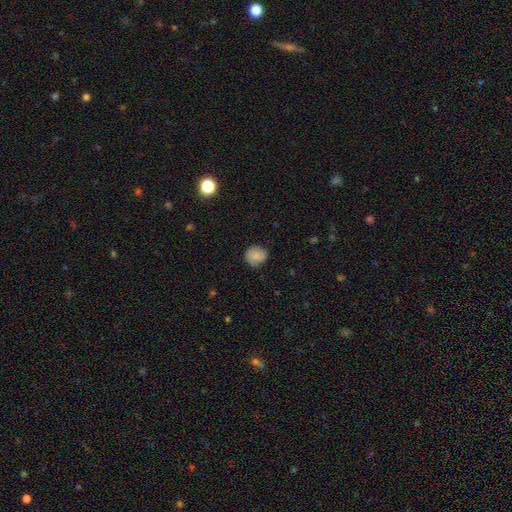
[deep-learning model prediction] smooth_or_featured: smooth (p=0.73) [alt: featured or disk p=0.18]
how_rounded: round (p=0.78) [alt: in between p=0.21]
merging: none (p=0.70) [alt: minor disturbance p=0.22]